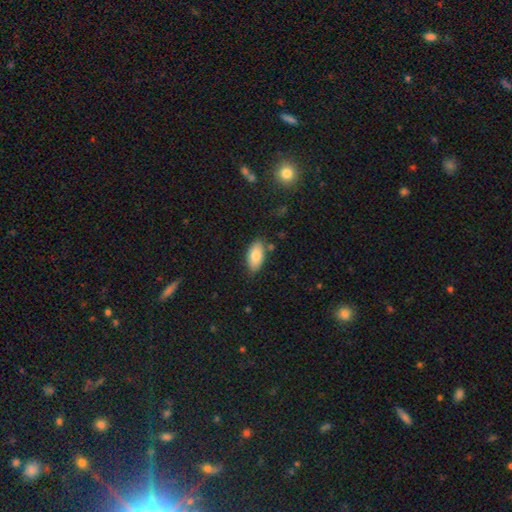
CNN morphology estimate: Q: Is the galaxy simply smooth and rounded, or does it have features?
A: smooth — 82%.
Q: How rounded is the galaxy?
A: in between — 92%.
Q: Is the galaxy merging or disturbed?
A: none — 80%.